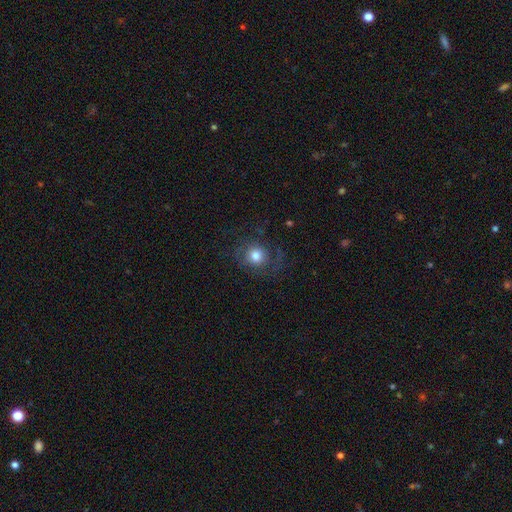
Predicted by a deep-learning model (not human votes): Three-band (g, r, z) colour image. It shows a smooth galaxy with no disk features (66%) that is round (82%). Merging: none (66%).